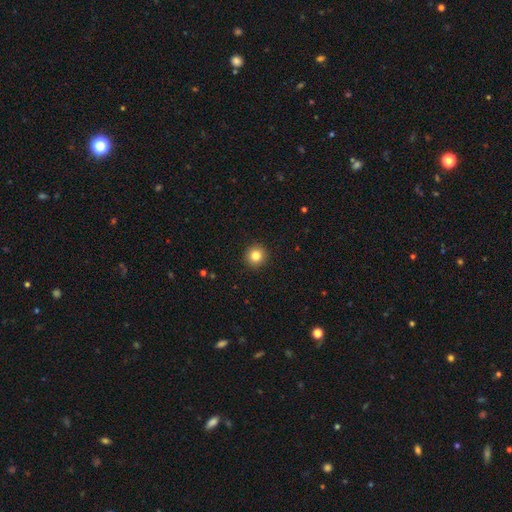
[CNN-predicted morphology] smooth_or_featured: smooth (p=0.83) [alt: star or artifact p=0.11]
how_rounded: round (p=0.94) [alt: in between p=0.05]
merging: none (p=0.93) [alt: minor disturbance p=0.05]